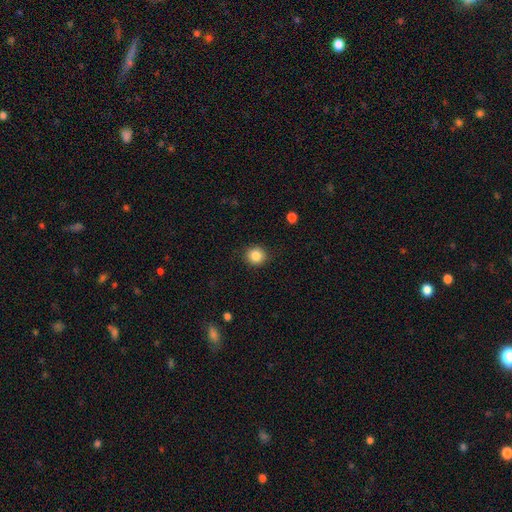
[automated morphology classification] smooth_or_featured: smooth (p=0.84) [alt: star or artifact p=0.10]
how_rounded: round (p=0.90) [alt: in between p=0.09]
merging: none (p=0.90) [alt: minor disturbance p=0.07]